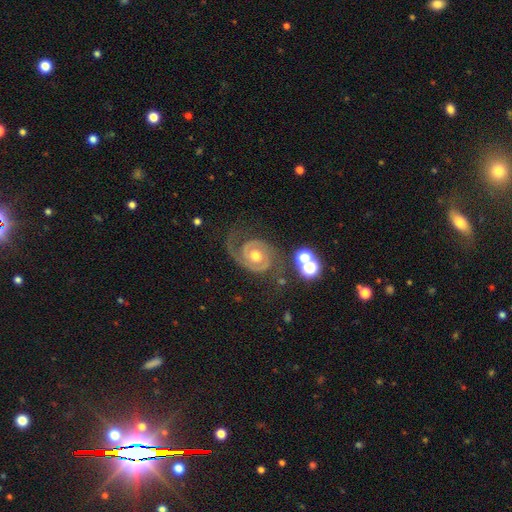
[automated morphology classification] featured or disk 89%, star or artifact 5%, smooth 5%. Down the decision tree: edge-on disk — no (98%); bar — no (69%); spiral arms — yes (97%); spiral arm count — 2 (85%); spiral winding — tight (52%); bulge size — moderate (76%); merging — none (65%).